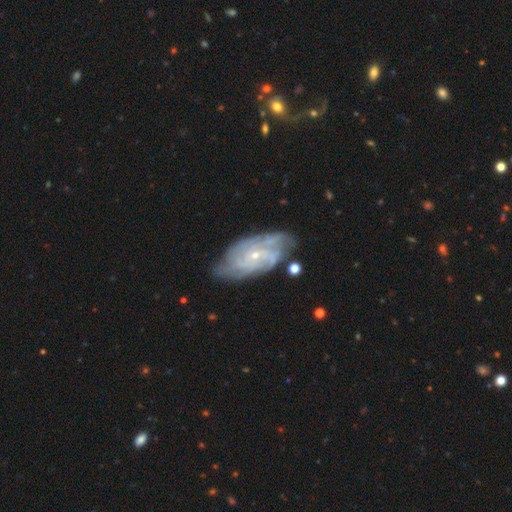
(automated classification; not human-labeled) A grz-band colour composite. It shows a featured or disk galaxy (81%) with no bar (64%), tight (56%) spiral arms (91%) and a small central bulge (81%). Merging: none (68%).